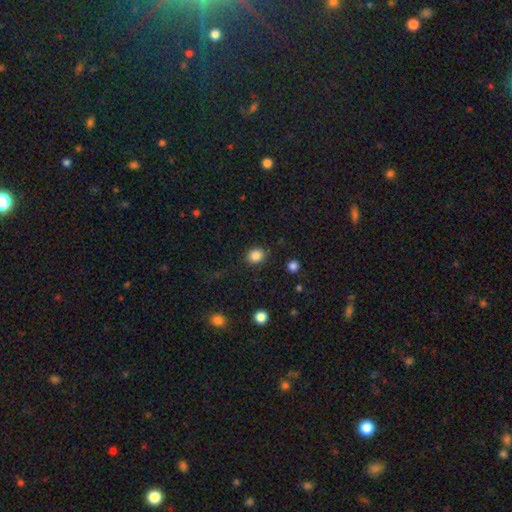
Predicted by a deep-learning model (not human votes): Smooth or featured? smooth (85%)
How rounded? round (73%)
Merging? none (86%)